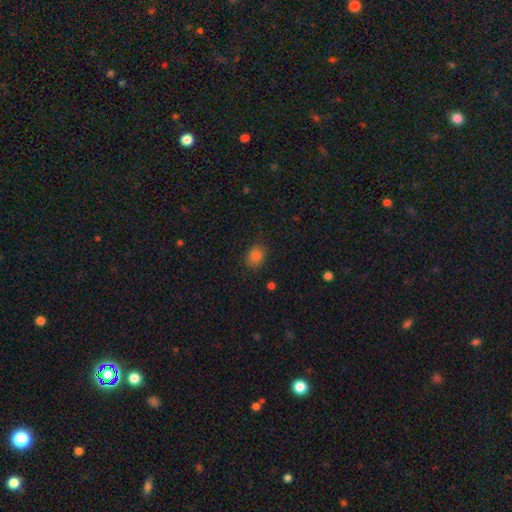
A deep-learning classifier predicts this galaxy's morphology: This is clearly a smooth galaxy (83%). How rounded: likely in between (62%). Merging: clearly none (81%).